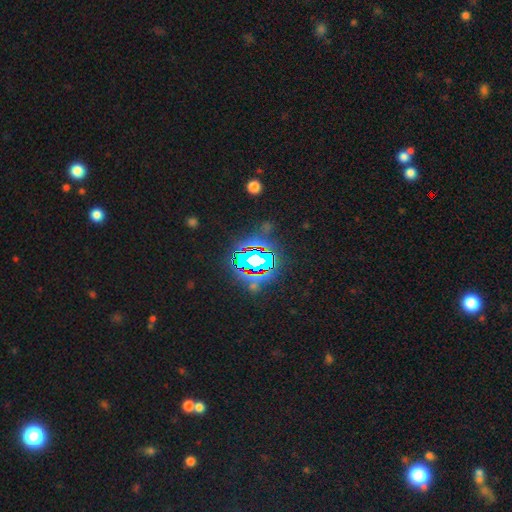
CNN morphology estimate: This is clearly a star or artifact rather than a galaxy (84%).